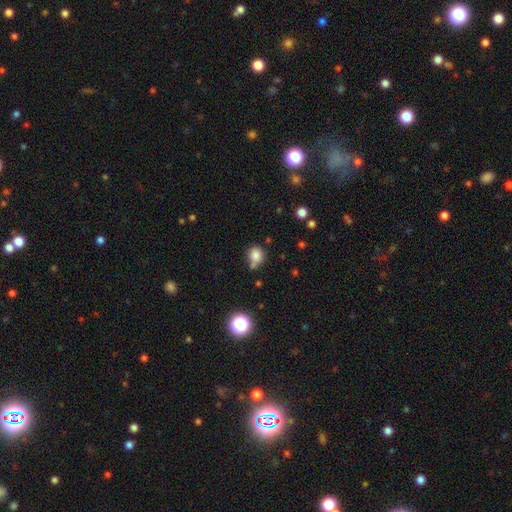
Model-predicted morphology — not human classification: A smooth galaxy with no disk features (81%) that is round (72%).

Vote fractions:
- Smooth or featured? smooth: 81% / star or artifact: 12% / featured or disk: 6%
- How rounded? round: 72% / in between: 27% / cigar-shaped: 1%
- Merging? none: 55% / minor disturbance: 25% / merger: 14% / major disturbance: 7%